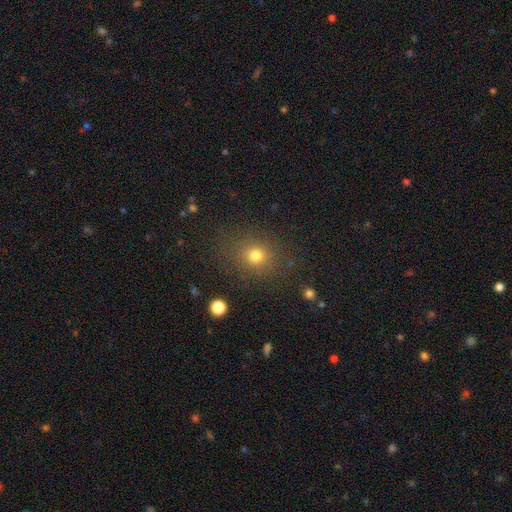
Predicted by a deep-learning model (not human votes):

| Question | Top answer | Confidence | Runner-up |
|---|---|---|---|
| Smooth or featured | smooth | 75% | star or artifact (16%) |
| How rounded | round | 78% | in between (21%) |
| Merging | none | 83% | minor disturbance (10%) |